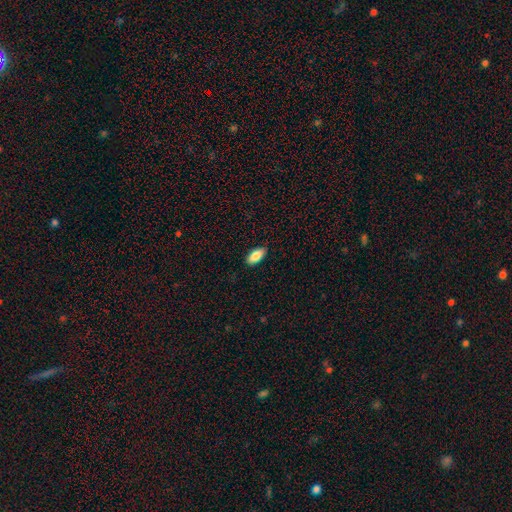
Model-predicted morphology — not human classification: type=smooth (86%); roundness=in between (91%); merging=none (88%).